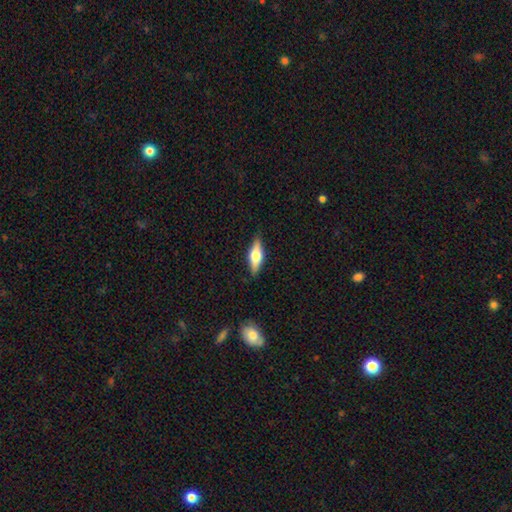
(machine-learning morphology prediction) featured or disk 49%, smooth 45%, star or artifact 6%. Down the decision tree: merging — none (87%).